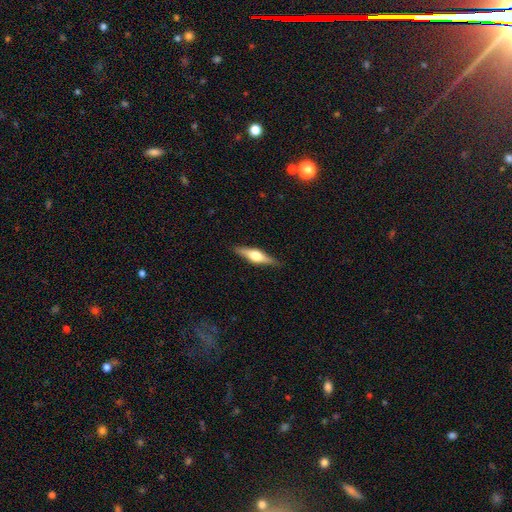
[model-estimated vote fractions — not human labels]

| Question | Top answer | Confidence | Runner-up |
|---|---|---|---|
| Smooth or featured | featured or disk | 65% | smooth (29%) |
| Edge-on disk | yes | 96% | no (4%) |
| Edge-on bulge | rounded | 94% | boxy (4%) |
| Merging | none | 89% | minor disturbance (8%) |